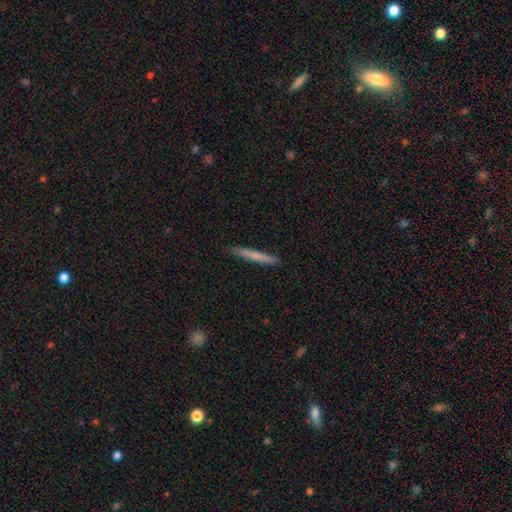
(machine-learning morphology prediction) Smooth or featured?
  - smooth: 67% *
  - featured or disk: 27%
  - star or artifact: 6%
How rounded?
  - cigar-shaped: 96% *
  - in between: 3%
  - round: 1%
Merging?
  - none: 90% *
  - minor disturbance: 8%
  - major disturbance: 1%
  - merger: 1%